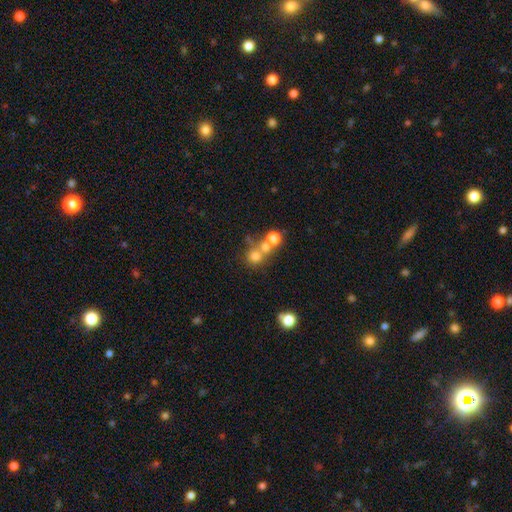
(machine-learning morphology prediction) type=smooth (68%); roundness=round (87%); merging=none (44%, tied with merger).